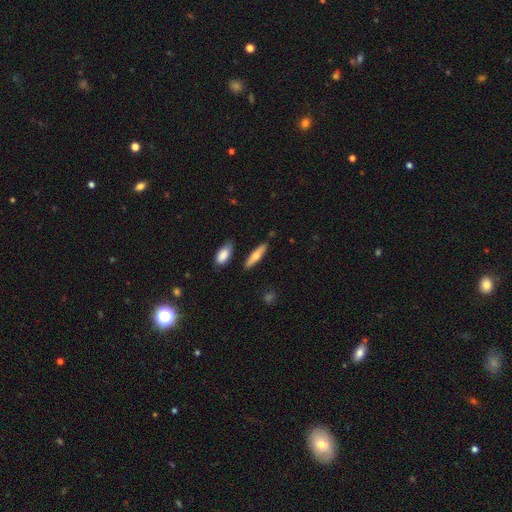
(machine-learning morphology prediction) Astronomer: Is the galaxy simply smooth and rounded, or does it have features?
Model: smooth — 59% (runner-up: featured or disk, 35%).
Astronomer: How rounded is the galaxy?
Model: cigar-shaped — 68%.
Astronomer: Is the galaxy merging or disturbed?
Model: none — 85%.